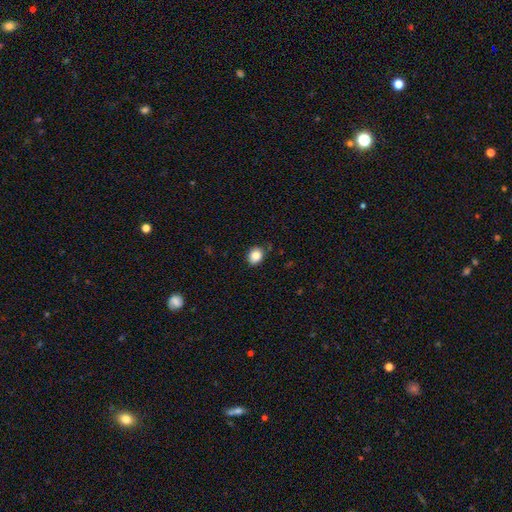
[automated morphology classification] smooth-or-featured: smooth: 86% | star or artifact: 9% | featured or disk: 4%
  how-rounded: round: 61% | in between: 39% | cigar-shaped: 1%
  merging: none: 83% | minor disturbance: 13% | major disturbance: 3% | merger: 1%